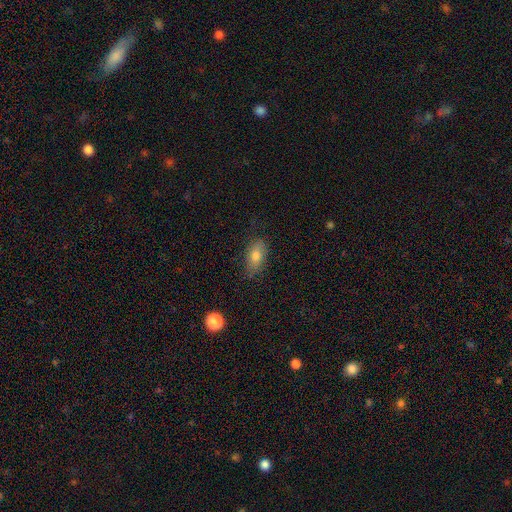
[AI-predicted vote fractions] A smooth galaxy with no disk features (75%) that is in between round and cigar-shaped (86%). Merging: none (77%).